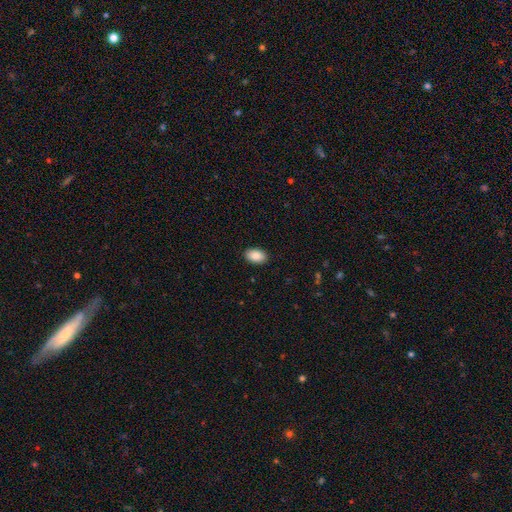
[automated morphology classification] smooth_or_featured: smooth (p=0.90) [alt: star or artifact p=0.07]
how_rounded: in between (p=0.91) [alt: round p=0.08]
merging: none (p=0.89) [alt: minor disturbance p=0.08]